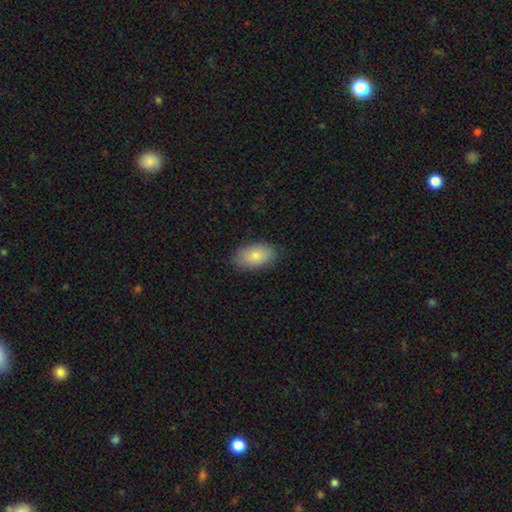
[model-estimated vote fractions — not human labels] The model was most divided on "smooth or featured": smooth: 83%, featured or disk: 11%, star or artifact: 7%. More confident: how rounded — in between (93%); merging — none (85%).